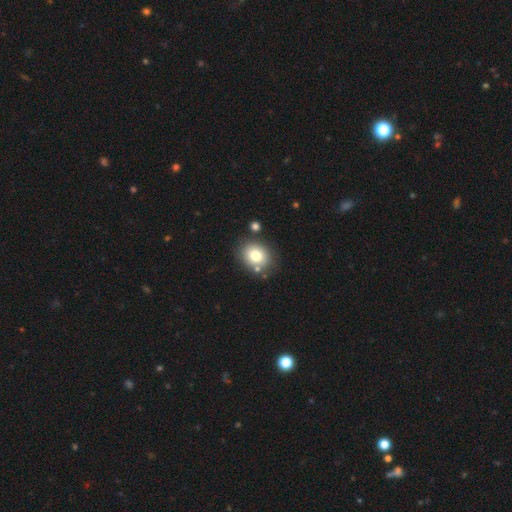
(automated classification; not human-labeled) smooth_or_featured: smooth (p=0.78) [alt: featured or disk p=0.12]
how_rounded: round (p=0.57) [alt: in between p=0.42]
merging: none (p=0.77) [alt: minor disturbance p=0.11]